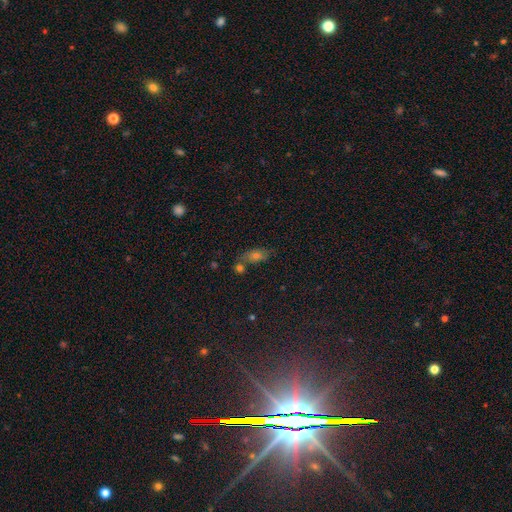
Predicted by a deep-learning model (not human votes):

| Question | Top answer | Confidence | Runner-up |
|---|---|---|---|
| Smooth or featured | smooth | 49% | star or artifact (30%) |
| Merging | none | 60% | merger (17%) |